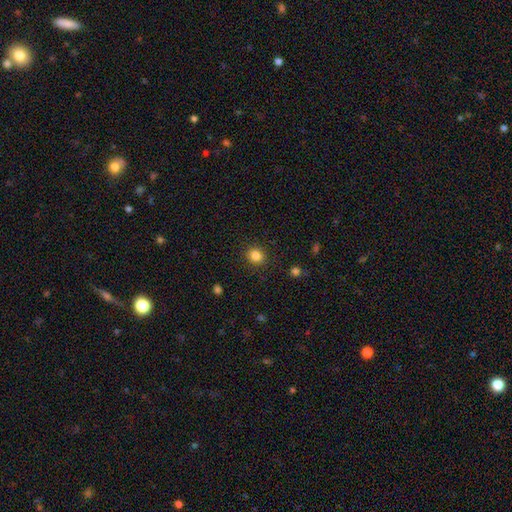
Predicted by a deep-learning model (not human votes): Smooth or featured? Predicted: smooth (p=0.84). How rounded? Predicted: round (p=0.79). Merging? Predicted: none (p=0.90).